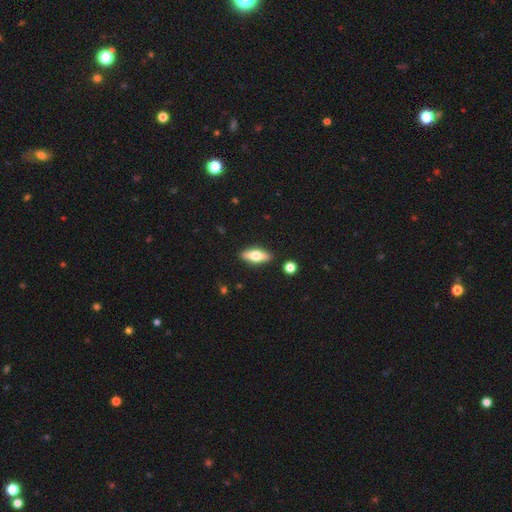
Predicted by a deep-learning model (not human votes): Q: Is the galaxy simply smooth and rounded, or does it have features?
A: smooth — 50%.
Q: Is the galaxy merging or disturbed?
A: none — 89%.